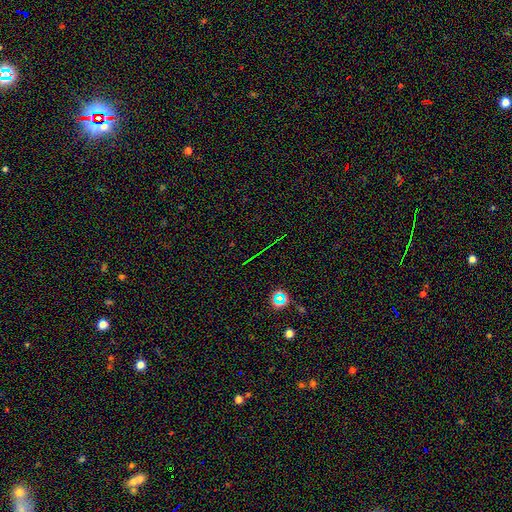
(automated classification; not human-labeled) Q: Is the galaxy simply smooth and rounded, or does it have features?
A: star or artifact — 75%.